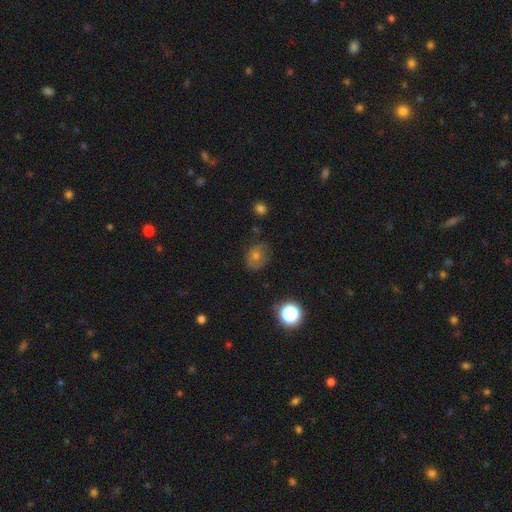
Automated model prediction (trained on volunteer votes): The model was most divided on "how rounded": round: 65%, in between: 34%, cigar-shaped: 1%. More confident: merging — none (74%); smooth or featured — smooth (54%).